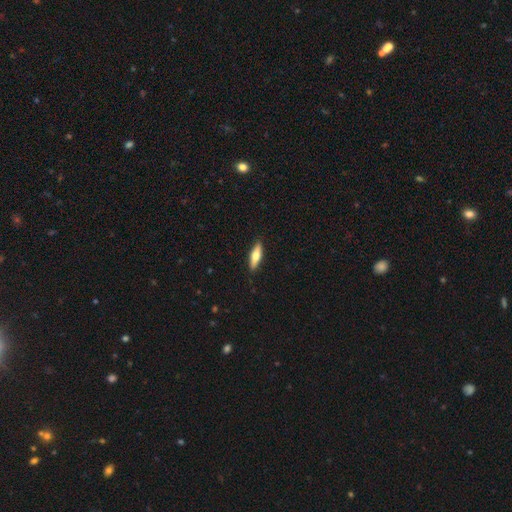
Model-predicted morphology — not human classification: Overall: smooth (58%; featured or disk 37%). How rounded: cigar-shaped (57%; in between 41%). Merging: none (90%).